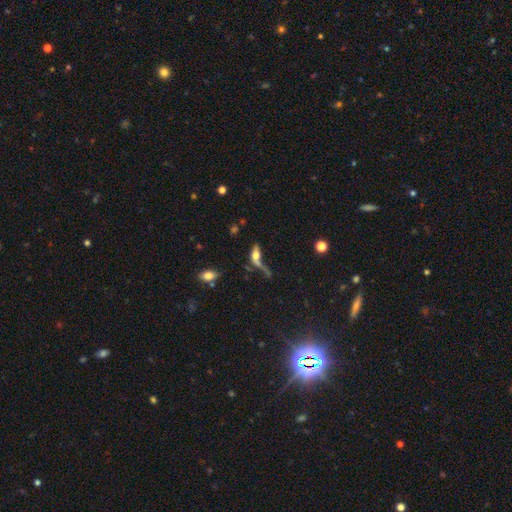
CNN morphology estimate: type=smooth (50%); roundness=in between (58%); merging=major disturbance (31%).